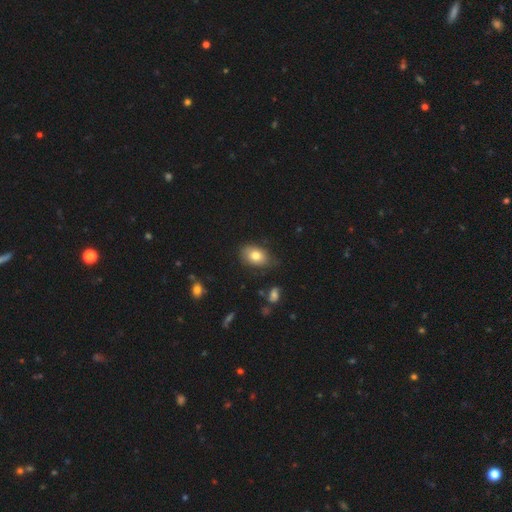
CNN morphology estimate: The model was most divided on "merging": none: 69%, minor disturbance: 24%, major disturbance: 5%, merger: 2%. More confident: how rounded — in between (82%); smooth or featured — smooth (79%).